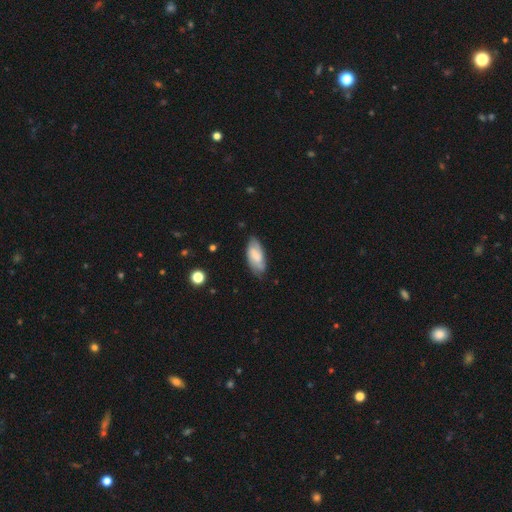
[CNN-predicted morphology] Smooth or featured? smooth (60%)
How rounded? in between (85%)
Merging? none (67%)